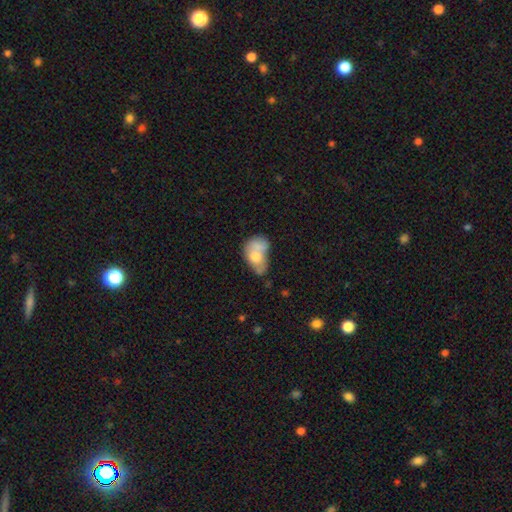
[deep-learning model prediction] smooth-or-featured: smooth: 66% | featured or disk: 26% | star or artifact: 8%
  how-rounded: in between: 78% | round: 20% | cigar-shaped: 2%
  merging: merger: 53% | none: 18% | minor disturbance: 16% | major disturbance: 13%